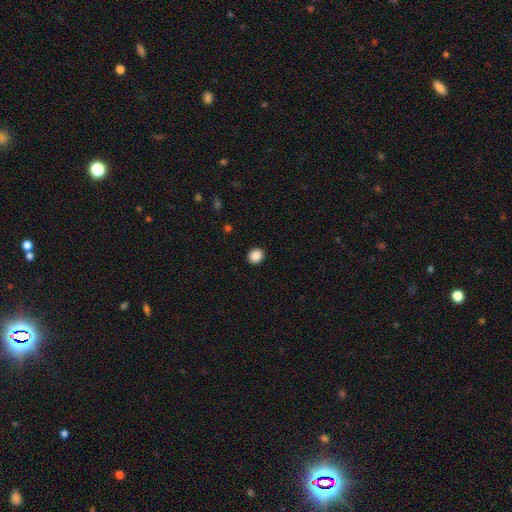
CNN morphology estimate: smooth 88%, star or artifact 9%, featured or disk 3%. Down the decision tree: how rounded — round (80%); merging — none (92%).